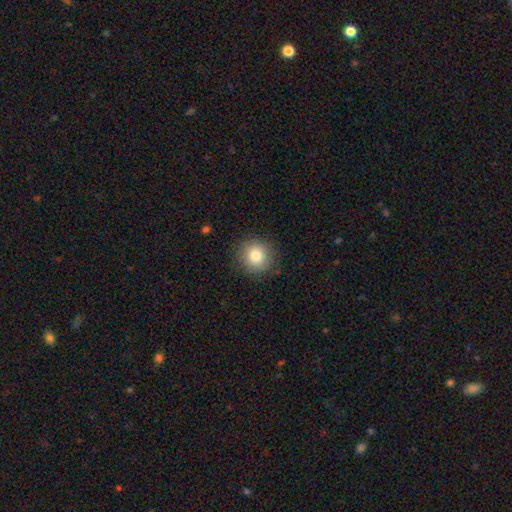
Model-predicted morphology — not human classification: Overall: smooth (81%). How rounded: round (92%). Merging: none (88%).